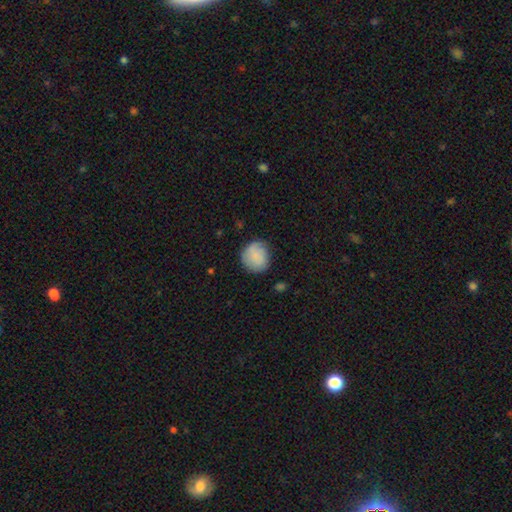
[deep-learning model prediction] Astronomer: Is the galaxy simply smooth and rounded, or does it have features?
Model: smooth — 80%.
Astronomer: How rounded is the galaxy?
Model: round — 82%.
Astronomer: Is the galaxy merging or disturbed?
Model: none — 68%.